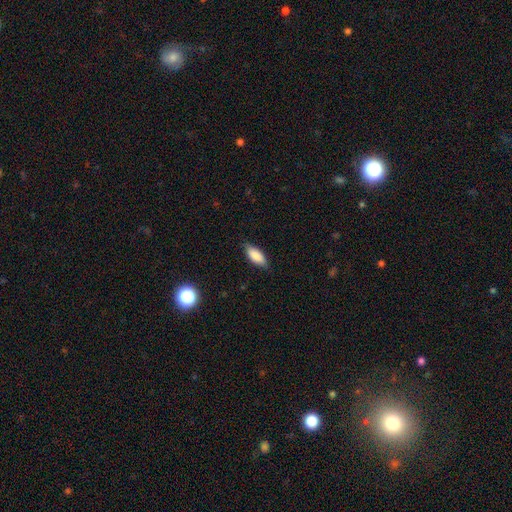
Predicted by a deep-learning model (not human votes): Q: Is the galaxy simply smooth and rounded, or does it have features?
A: smooth — 83%.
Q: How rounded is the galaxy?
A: in between — 78%.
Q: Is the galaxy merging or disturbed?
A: none — 81%.